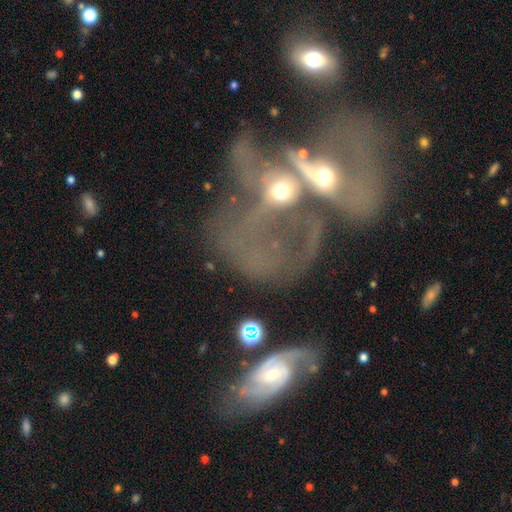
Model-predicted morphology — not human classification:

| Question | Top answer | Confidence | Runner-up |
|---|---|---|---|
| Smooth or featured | featured or disk | 60% | smooth (21%) |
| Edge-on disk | no | 94% | yes (6%) |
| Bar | no | 74% | weak (19%) |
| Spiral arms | no | 58% | yes (42%) |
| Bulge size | moderate | 45% | small (32%) |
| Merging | merger | 58% | major disturbance (20%) |